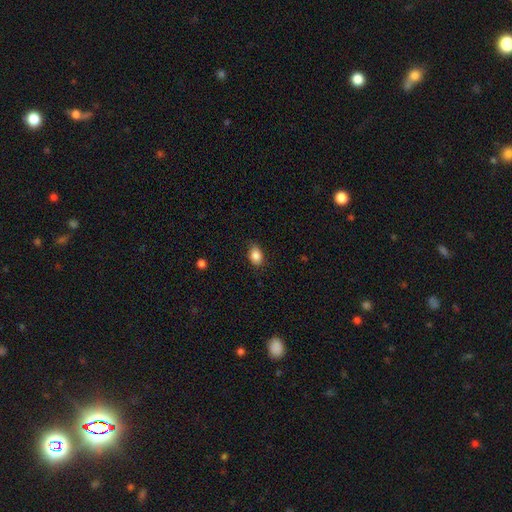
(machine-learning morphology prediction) Smooth or featured? smooth (86%)
How rounded? in between (75%)
Merging? none (78%)